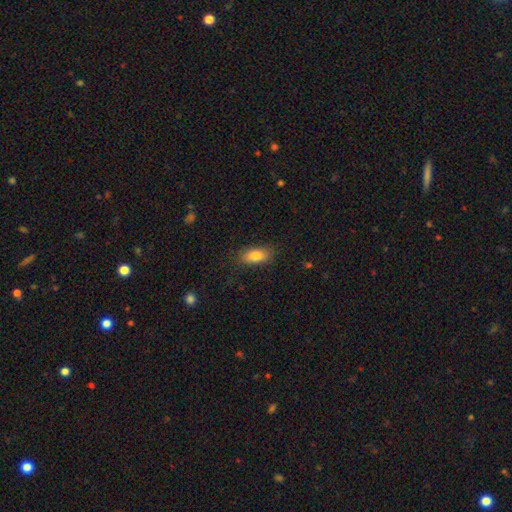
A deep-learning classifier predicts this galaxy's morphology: smooth_or_featured: smooth (p=0.82) [alt: featured or disk p=0.10]
how_rounded: in between (p=0.87) [alt: cigar-shaped p=0.08]
merging: none (p=0.83) [alt: minor disturbance p=0.12]